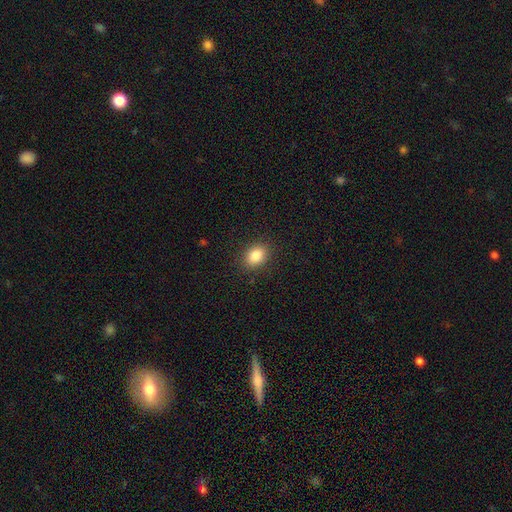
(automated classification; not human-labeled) A smooth galaxy with no disk features (83%) that is in between round and cigar-shaped (66%).

Vote fractions:
- Smooth or featured? smooth: 83% / star or artifact: 10% / featured or disk: 7%
- How rounded? in between: 66% / round: 33% / cigar-shaped: 1%
- Merging? none: 88% / minor disturbance: 8% / major disturbance: 2% / merger: 1%